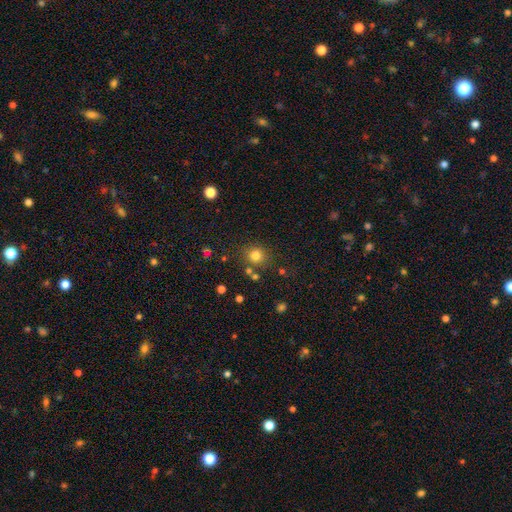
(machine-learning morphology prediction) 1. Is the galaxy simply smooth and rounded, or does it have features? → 79% smooth, 15% star or artifact, 7% featured or disk.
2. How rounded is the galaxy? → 89% round, 10% in between, 1% cigar-shaped.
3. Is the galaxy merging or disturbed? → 81% none, 9% minor disturbance, 7% merger, 3% major disturbance.